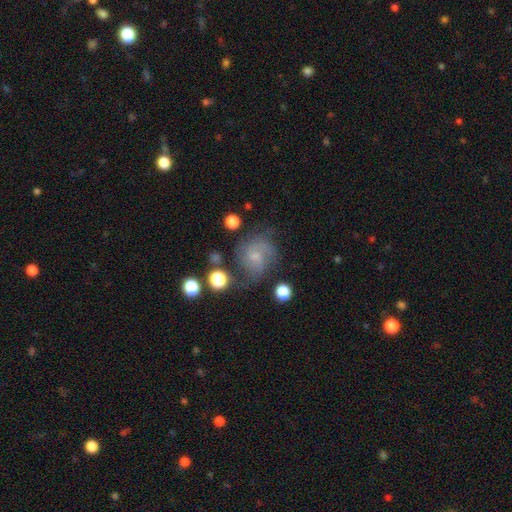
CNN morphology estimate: featured or disk 54%, smooth 33%, star or artifact 12%. Down the decision tree: edge-on disk — no (97%); bar — no (62%); spiral arms — yes (83%); bulge size — small (56%); merging — none (54%).